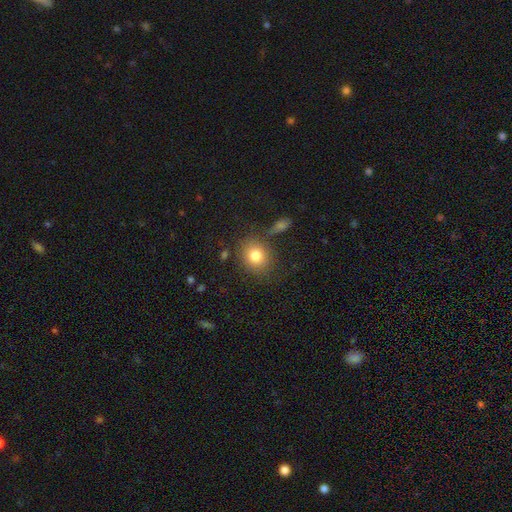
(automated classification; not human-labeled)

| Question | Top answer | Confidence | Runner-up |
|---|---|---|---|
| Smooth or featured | smooth | 81% | star or artifact (10%) |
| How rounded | round | 73% | in between (26%) |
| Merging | none | 80% | minor disturbance (11%) |